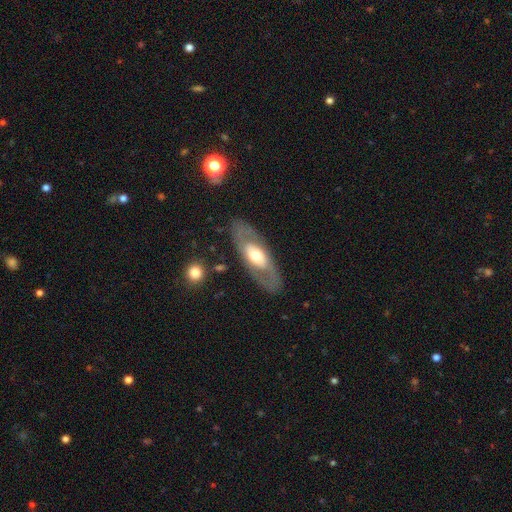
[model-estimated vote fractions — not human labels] Smooth or featured? featured or disk (65%)
Edge-on disk? no (82%)
Bar? no (70%)
Spiral arms? no (66%)
Bulge size? moderate (62%)
Merging? none (83%)